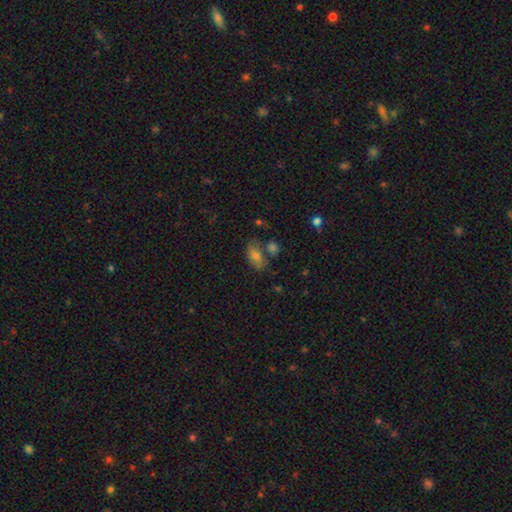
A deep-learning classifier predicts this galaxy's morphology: smooth_or_featured: smooth (p=0.70) [alt: featured or disk p=0.19]
how_rounded: in between (p=0.87) [alt: round p=0.09]
merging: none (p=0.60) [alt: minor disturbance p=0.17]